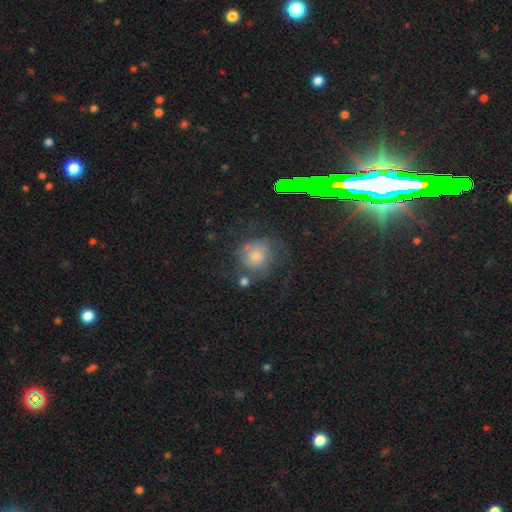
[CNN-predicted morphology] This is possibly a featured or disk galaxy (46%). Merging: likely none (61%).